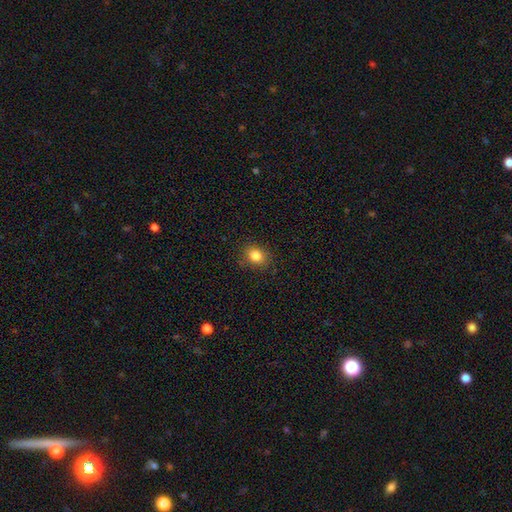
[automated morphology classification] Smooth or featured? smooth (83%)
How rounded? round (57%)
Merging? none (86%)